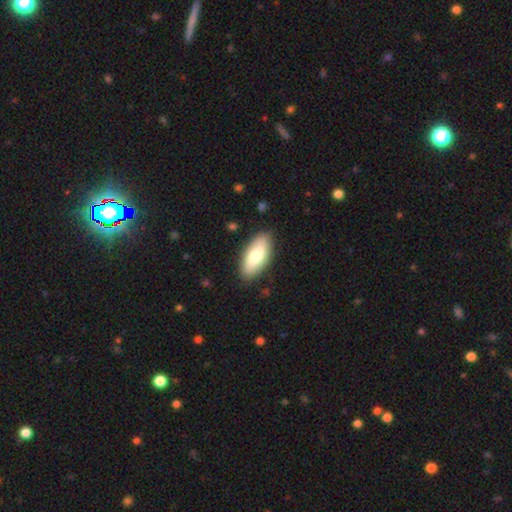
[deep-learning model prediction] smooth-or-featured: smooth: 75% | featured or disk: 19% | star or artifact: 5%
  how-rounded: in between: 87% | cigar-shaped: 11% | round: 2%
  merging: none: 86% | minor disturbance: 11% | major disturbance: 2% | merger: 1%